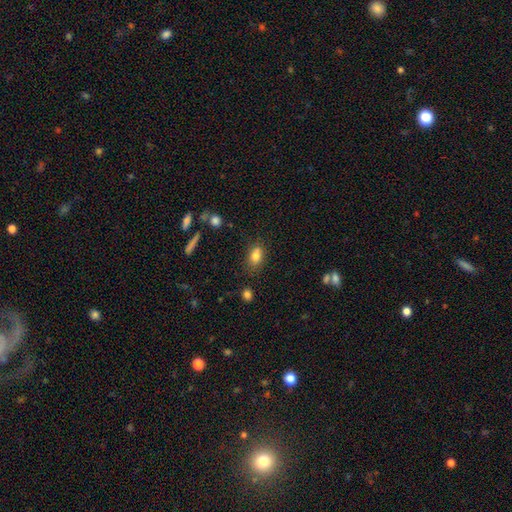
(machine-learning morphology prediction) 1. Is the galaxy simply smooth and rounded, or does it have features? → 80% smooth, 10% star or artifact, 10% featured or disk.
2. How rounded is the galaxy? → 80% in between, 17% round, 3% cigar-shaped.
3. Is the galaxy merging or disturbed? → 70% none, 18% minor disturbance, 7% merger, 5% major disturbance.